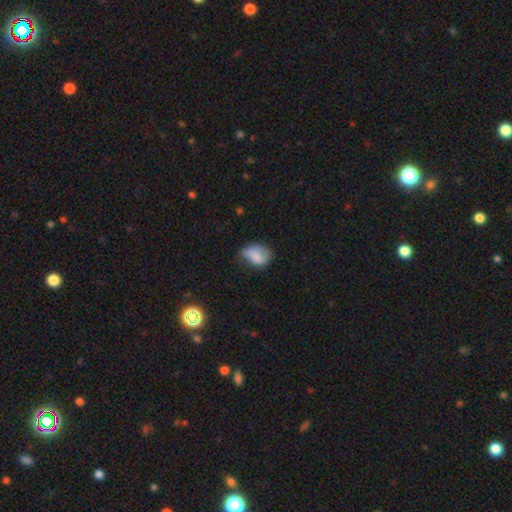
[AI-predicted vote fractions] Overall: smooth (72%). How rounded: in between (73%). Merging: minor disturbance (42%; none 38%).